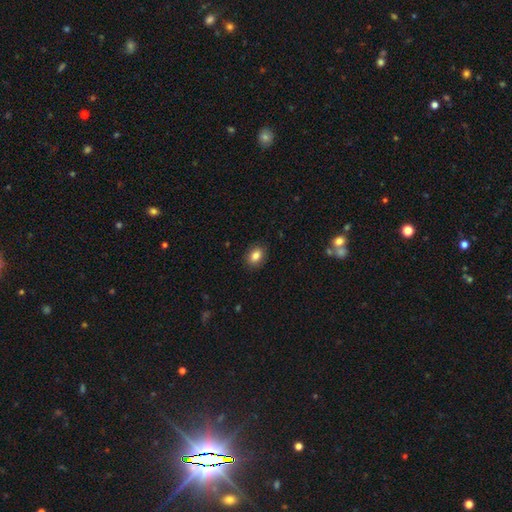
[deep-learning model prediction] Smooth or featured?
  - smooth: 85% *
  - star or artifact: 9%
  - featured or disk: 6%
How rounded?
  - in between: 67% *
  - round: 32%
  - cigar-shaped: 1%
Merging?
  - none: 88% *
  - minor disturbance: 8%
  - major disturbance: 2%
  - merger: 1%